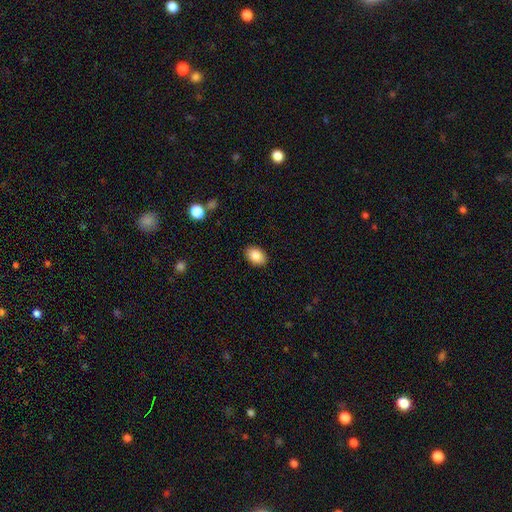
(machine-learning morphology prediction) Overall: smooth (87%). How rounded: in between (84%). Merging: none (89%).